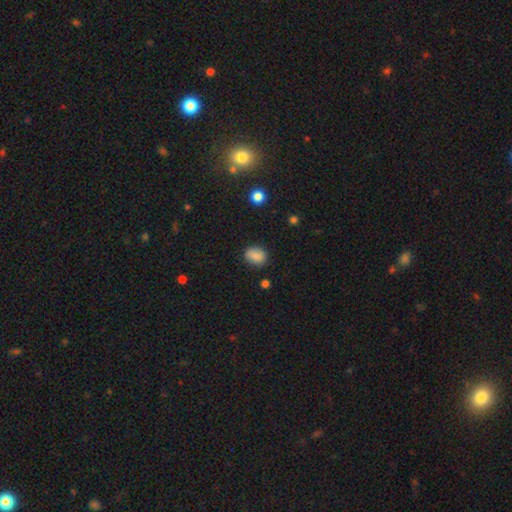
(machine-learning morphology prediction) smooth 85%, star or artifact 9%, featured or disk 6%. Down the decision tree: how rounded — in between (65%); merging — none (78%).